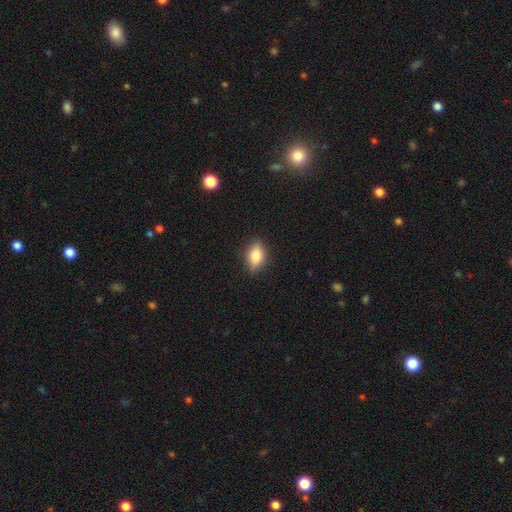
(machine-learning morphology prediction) This appears to be a smooth galaxy with no disk features (72%) that is in between round and cigar-shaped (77%). Merging: none (83%).